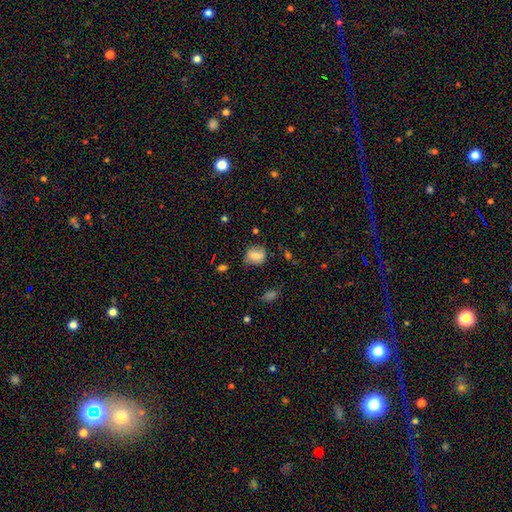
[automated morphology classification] smooth-or-featured: smooth: 72% | featured or disk: 18% | star or artifact: 10%
  how-rounded: round: 55% | in between: 43% | cigar-shaped: 2%
  merging: none: 66% | minor disturbance: 24% | major disturbance: 8% | merger: 3%